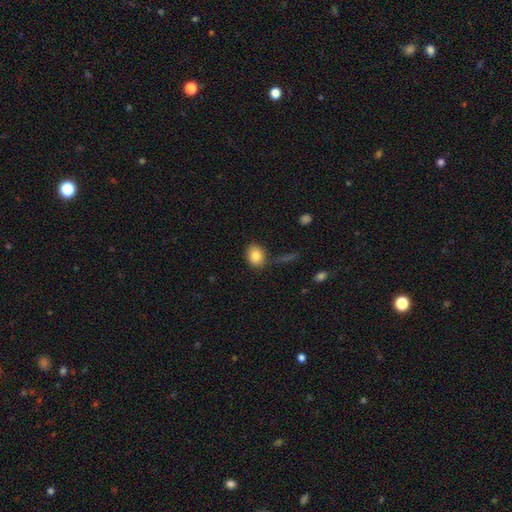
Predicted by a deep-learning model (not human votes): smooth_or_featured: smooth (p=0.84) [alt: star or artifact p=0.09]
how_rounded: round (p=0.55) [alt: in between p=0.44]
merging: none (p=0.75) [alt: minor disturbance p=0.15]